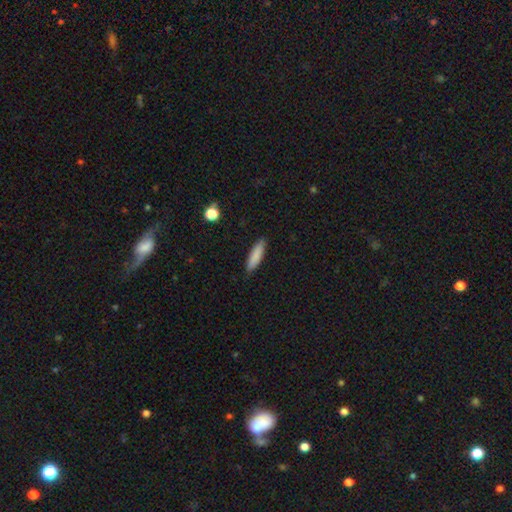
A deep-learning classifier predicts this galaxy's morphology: Overall: smooth (86%). How rounded: cigar-shaped (70%). Merging: none (89%).